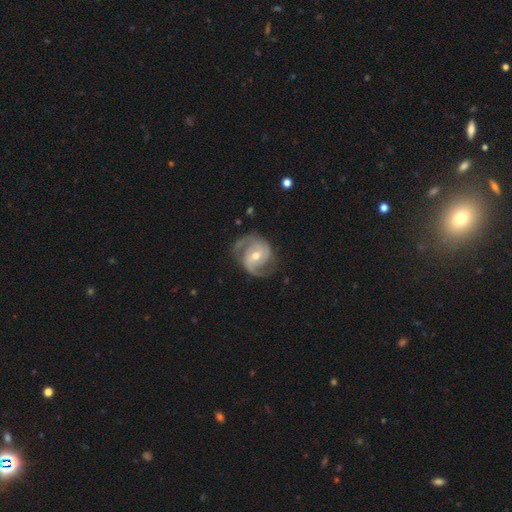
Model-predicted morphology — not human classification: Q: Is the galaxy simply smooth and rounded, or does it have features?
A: featured or disk — 88%.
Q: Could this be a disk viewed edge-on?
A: no — 98%.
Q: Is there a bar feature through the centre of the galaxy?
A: no — 53%.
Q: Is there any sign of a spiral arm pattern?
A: yes — 96%.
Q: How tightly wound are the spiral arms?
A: medium — 50%.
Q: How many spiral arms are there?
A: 2 — 86%.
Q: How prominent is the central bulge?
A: moderate — 58%.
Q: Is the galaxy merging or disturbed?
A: none — 71%.